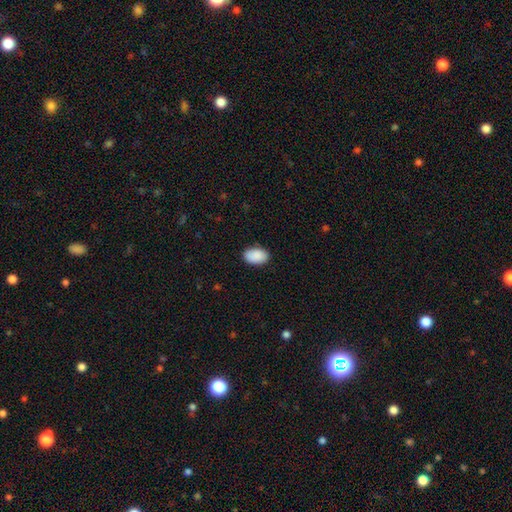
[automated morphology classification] Smooth or featured? smooth (91%)
How rounded? in between (92%)
Merging? none (86%)